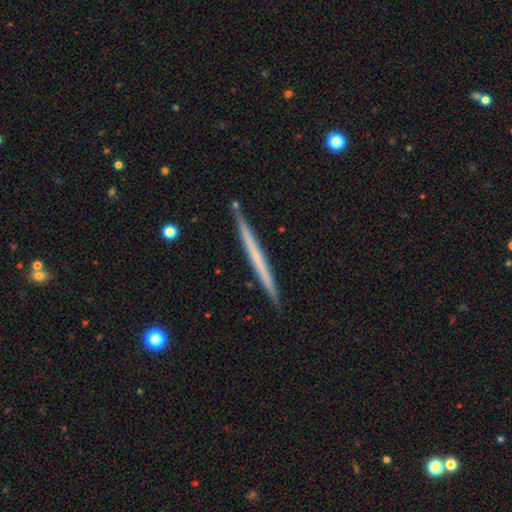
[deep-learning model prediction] Smooth or featured? Predicted: featured or disk (p=0.52). Edge-on disk? Predicted: yes (p=0.97). Edge-on bulge? Predicted: none (p=0.92). Merging? Predicted: none (p=0.90).